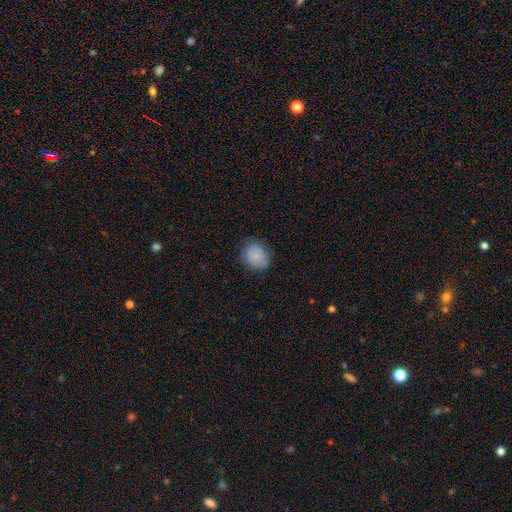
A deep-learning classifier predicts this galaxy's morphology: Smooth or featured? Predicted: smooth (p=0.78). How rounded? Predicted: round (p=0.62). Merging? Predicted: none (p=0.73).